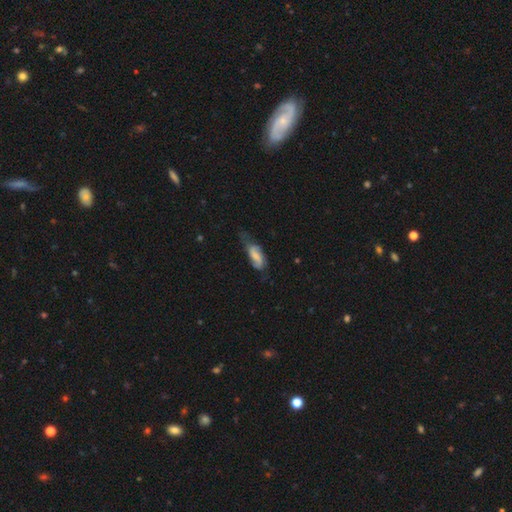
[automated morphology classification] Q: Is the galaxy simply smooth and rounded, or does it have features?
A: smooth — 51%.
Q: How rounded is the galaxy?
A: in between — 76%.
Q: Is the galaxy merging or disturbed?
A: minor disturbance — 37%, tied with none.